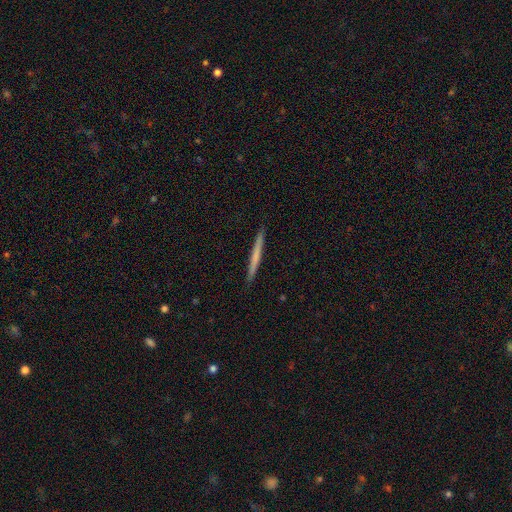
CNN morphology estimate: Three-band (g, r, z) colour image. It shows a smooth galaxy with no disk features (54%) that is cigar-shaped (97%). Merging: none (92%).